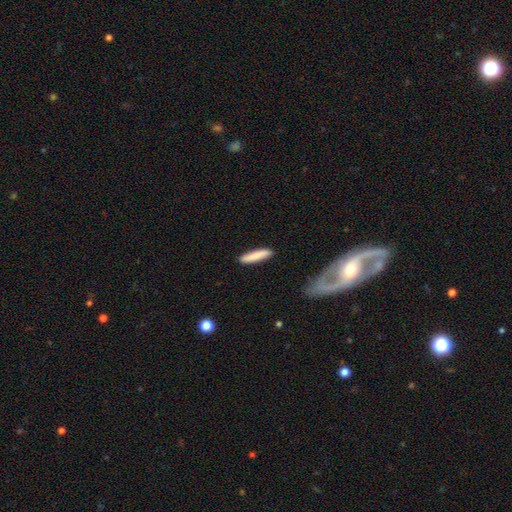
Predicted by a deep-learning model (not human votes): This appears to be a smooth galaxy with no disk features (83%) that is cigar-shaped (85%). Merging: none (89%).